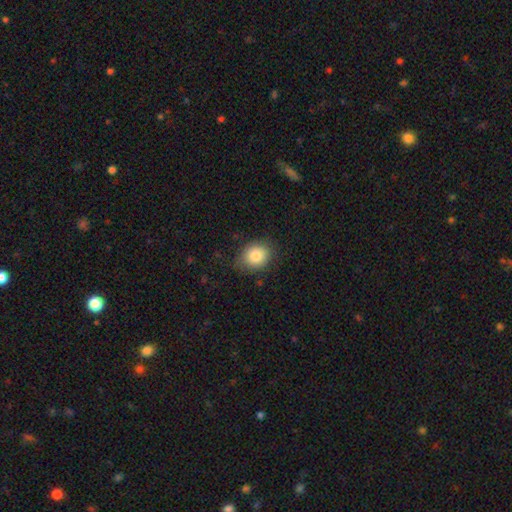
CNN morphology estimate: smooth-or-featured: smooth: 84% | star or artifact: 9% | featured or disk: 7%
  how-rounded: round: 56% | in between: 43% | cigar-shaped: 1%
  merging: none: 77% | minor disturbance: 18% | major disturbance: 4% | merger: 1%